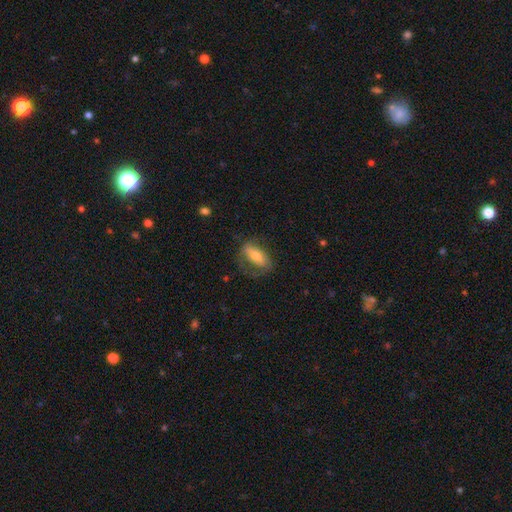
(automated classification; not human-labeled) A smooth galaxy with no disk features (60%) that is in between round and cigar-shaped (79%). Merging: none (57%).